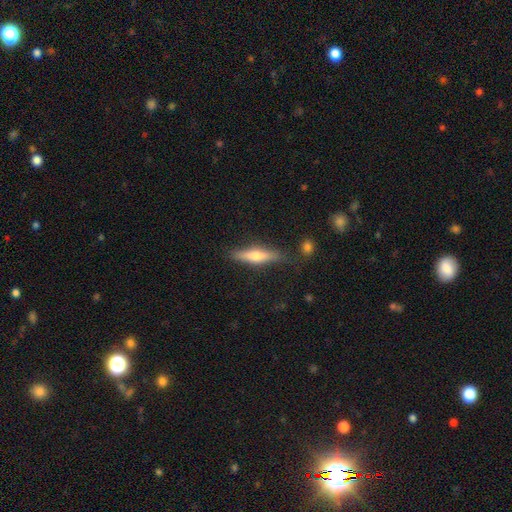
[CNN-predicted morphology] This appears to be a featured or disk galaxy (48%). Merging: none (82%).